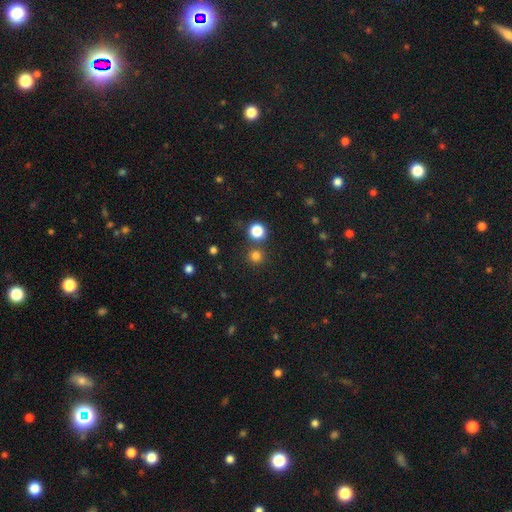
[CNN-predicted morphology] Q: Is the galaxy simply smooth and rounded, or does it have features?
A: smooth — 79%.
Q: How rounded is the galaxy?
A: round — 94%.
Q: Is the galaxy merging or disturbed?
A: none — 80%.